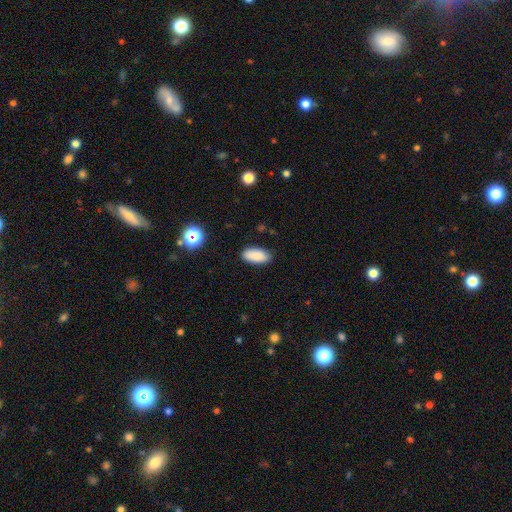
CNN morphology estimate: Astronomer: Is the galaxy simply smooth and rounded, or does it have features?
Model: smooth — 86%.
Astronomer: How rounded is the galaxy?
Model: in between — 91%.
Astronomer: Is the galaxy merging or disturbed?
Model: none — 85%.